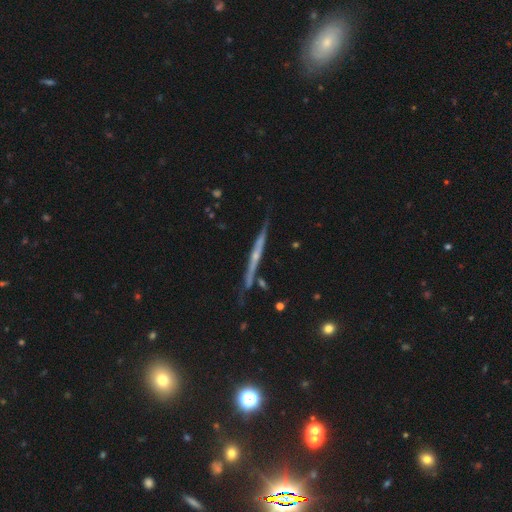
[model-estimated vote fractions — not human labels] A featured or disk galaxy (75%) viewed edge-on (97%) with a rounded central bulge (49%). Merging: none (80%).